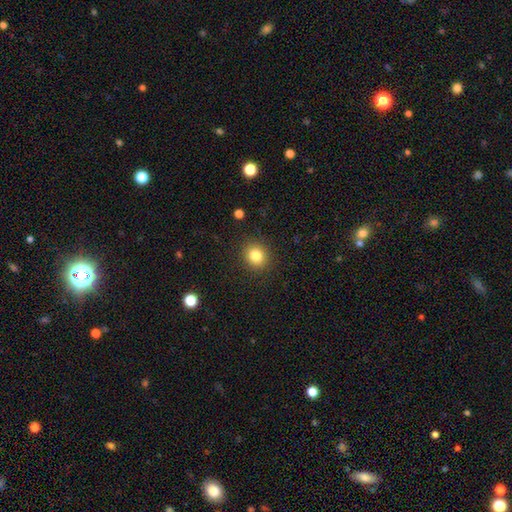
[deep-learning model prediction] Smooth or featured: smooth — 82% (star or artifact — 11%)
How rounded: round — 82% (in between — 17%)
Merging: none — 90% (minor disturbance — 7%)